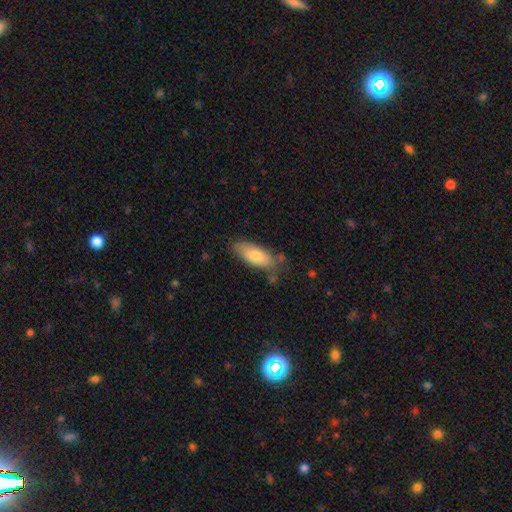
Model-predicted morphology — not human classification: This is likely a smooth galaxy (75%). How rounded: likely in between (78%). Merging: likely none (68%).